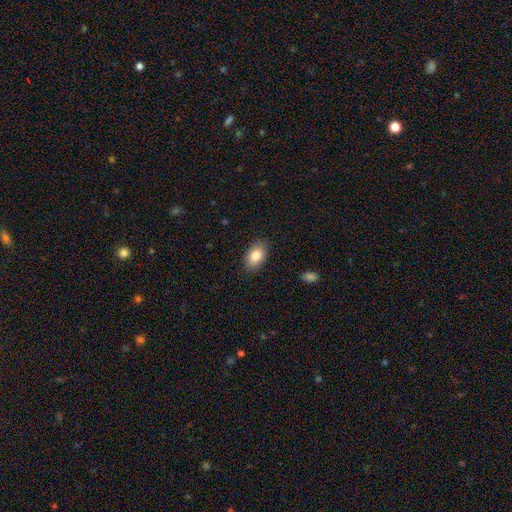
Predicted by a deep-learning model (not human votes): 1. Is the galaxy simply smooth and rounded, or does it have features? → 85% smooth, 8% featured or disk, 7% star or artifact.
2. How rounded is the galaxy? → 90% in between, 9% round, 2% cigar-shaped.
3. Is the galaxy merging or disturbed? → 86% none, 11% minor disturbance, 2% major disturbance, 1% merger.